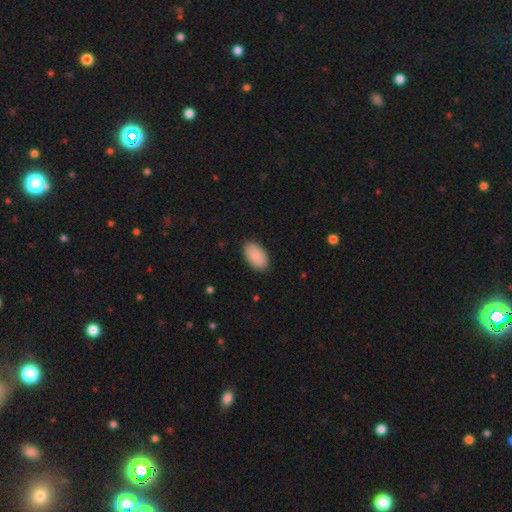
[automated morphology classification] smooth_or_featured: smooth (p=0.90) [alt: star or artifact p=0.06]
how_rounded: in between (p=0.95) [alt: round p=0.04]
merging: none (p=0.88) [alt: minor disturbance p=0.09]